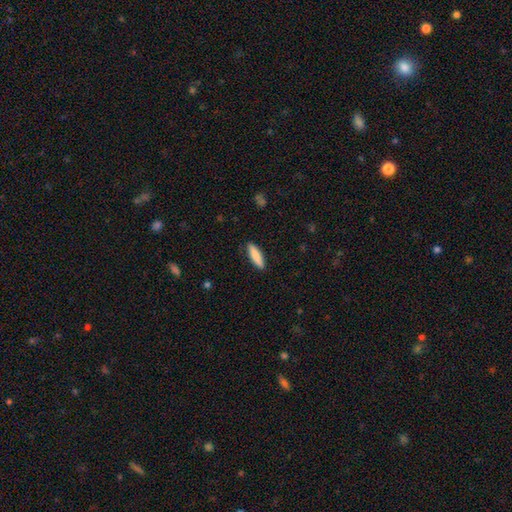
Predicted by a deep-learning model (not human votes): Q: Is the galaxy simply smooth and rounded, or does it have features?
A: smooth — 82%.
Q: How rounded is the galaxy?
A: cigar-shaped — 68%.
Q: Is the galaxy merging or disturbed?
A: none — 89%.